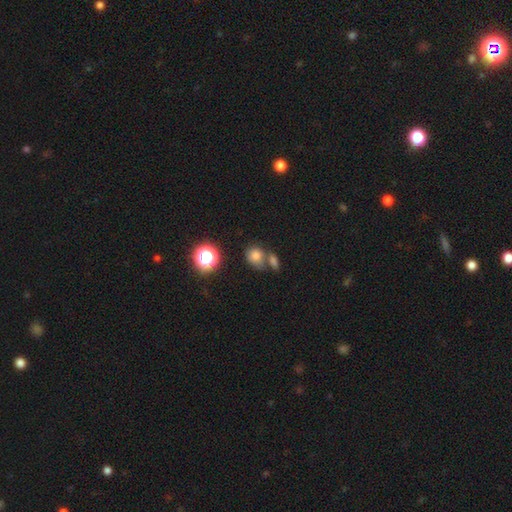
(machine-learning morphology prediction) smooth 76%, star or artifact 16%, featured or disk 8%. Down the decision tree: how rounded — round (69%); merging — none (50%).